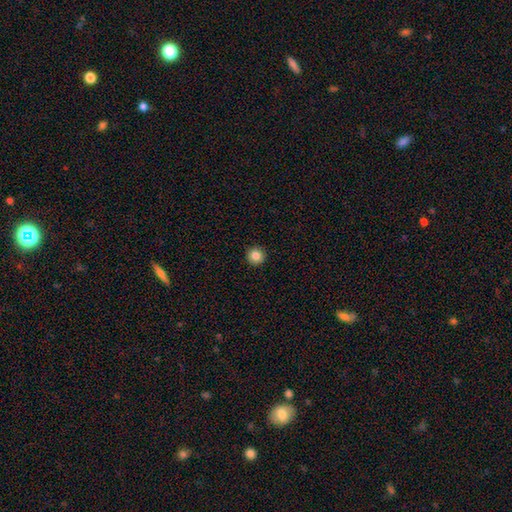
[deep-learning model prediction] Smooth or featured?
  - smooth: 85% *
  - star or artifact: 10%
  - featured or disk: 5%
How rounded?
  - round: 96% *
  - in between: 3%
  - cigar-shaped: 1%
Merging?
  - none: 94% *
  - minor disturbance: 4%
  - major disturbance: 1%
  - merger: 1%